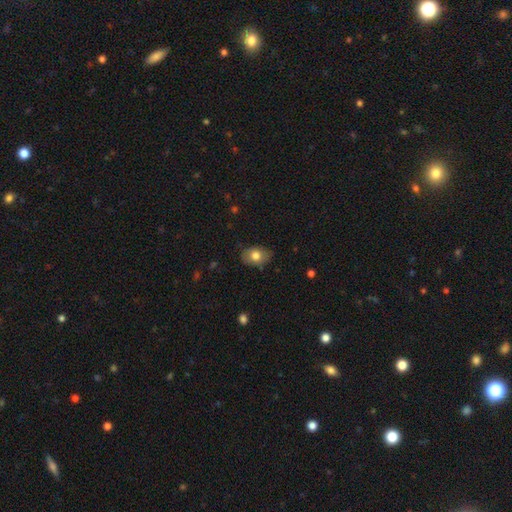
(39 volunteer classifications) Smooth or featured? smooth (85%)
How rounded? in between (85%)
Merging? none (78%)